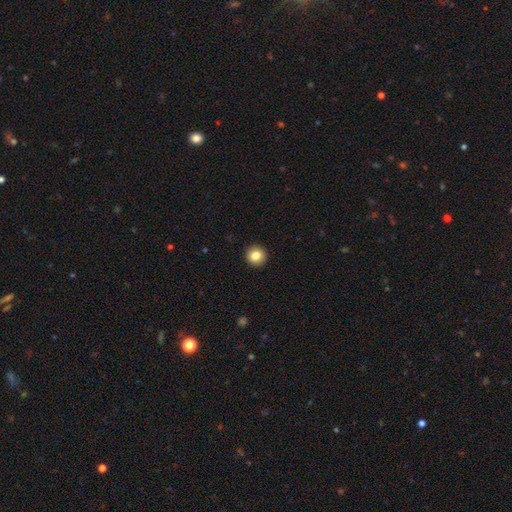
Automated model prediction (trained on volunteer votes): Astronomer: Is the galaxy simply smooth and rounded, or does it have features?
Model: smooth — 84%.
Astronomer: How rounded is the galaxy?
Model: round — 95%.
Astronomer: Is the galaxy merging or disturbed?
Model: none — 94%.